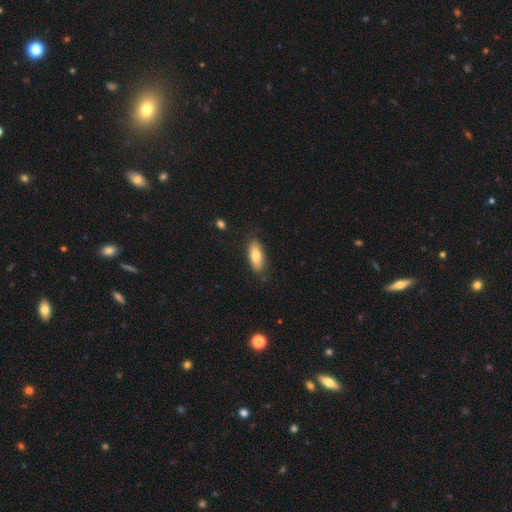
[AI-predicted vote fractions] smooth 75%, featured or disk 18%, star or artifact 6%. Down the decision tree: how rounded — in between (76%); merging — none (83%).